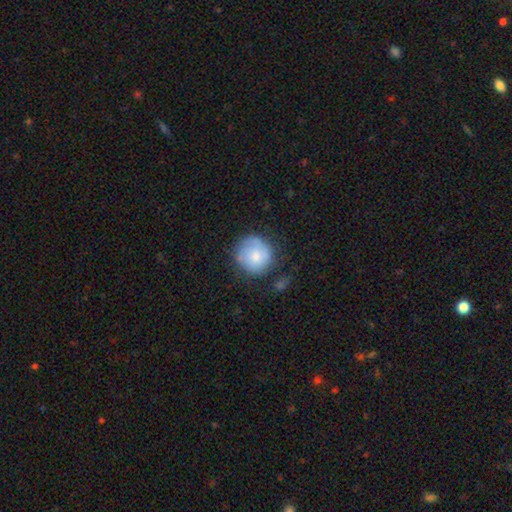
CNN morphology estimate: The model was most divided on "smooth or featured": smooth: 65%, featured or disk: 28%, star or artifact: 7%. More confident: how rounded — round (93%); merging — none (63%).